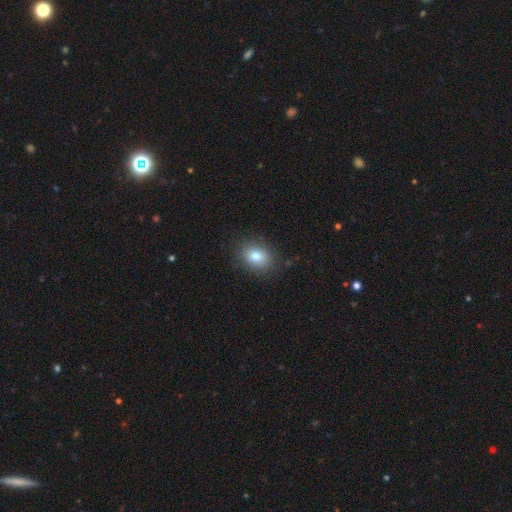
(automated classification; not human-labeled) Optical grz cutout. It shows a smooth galaxy with no disk features (80%) that is in between round and cigar-shaped (63%). Merging: none (86%).